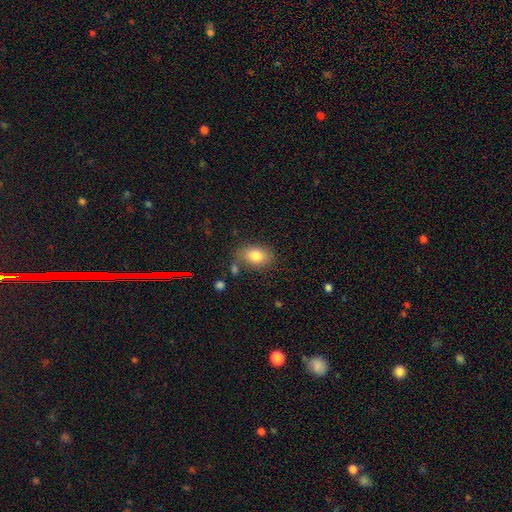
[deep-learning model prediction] smooth 81%, featured or disk 10%, star or artifact 9%. Down the decision tree: how rounded — in between (84%); merging — none (75%).